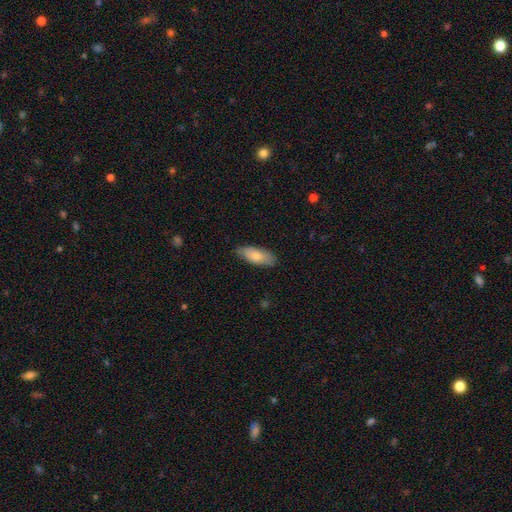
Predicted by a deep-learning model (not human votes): Smooth or featured?
  - smooth: 75% *
  - featured or disk: 19%
  - star or artifact: 6%
How rounded?
  - in between: 81% *
  - cigar-shaped: 17%
  - round: 2%
Merging?
  - none: 78% *
  - minor disturbance: 18%
  - major disturbance: 3%
  - merger: 1%